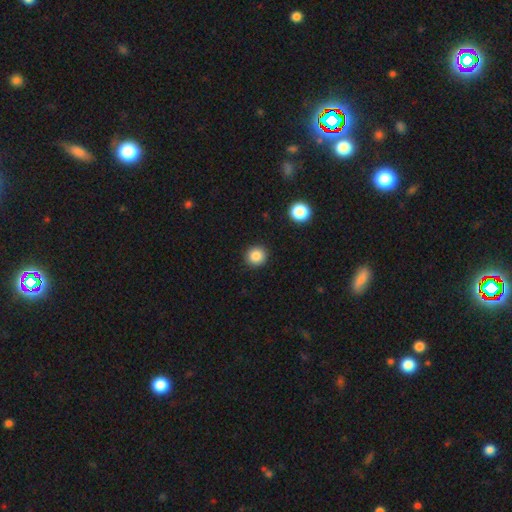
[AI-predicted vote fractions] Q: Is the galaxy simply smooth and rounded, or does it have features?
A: smooth — 86%.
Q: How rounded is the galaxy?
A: round — 92%.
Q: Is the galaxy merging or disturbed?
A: none — 91%.